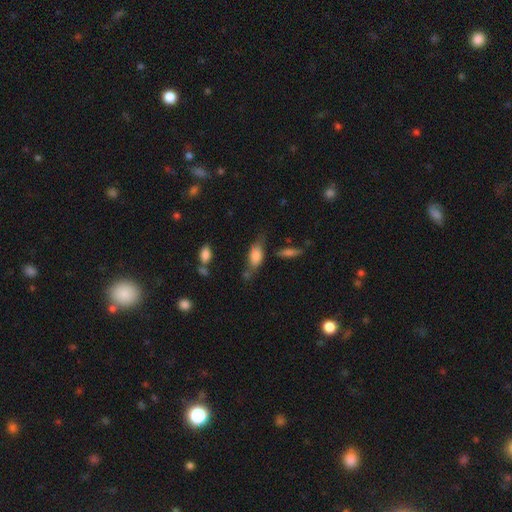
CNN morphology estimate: smooth-or-featured: smooth: 75% | featured or disk: 17% | star or artifact: 8%
  how-rounded: in between: 82% | cigar-shaped: 14% | round: 4%
  merging: none: 48% | minor disturbance: 31% | major disturbance: 12% | merger: 10%